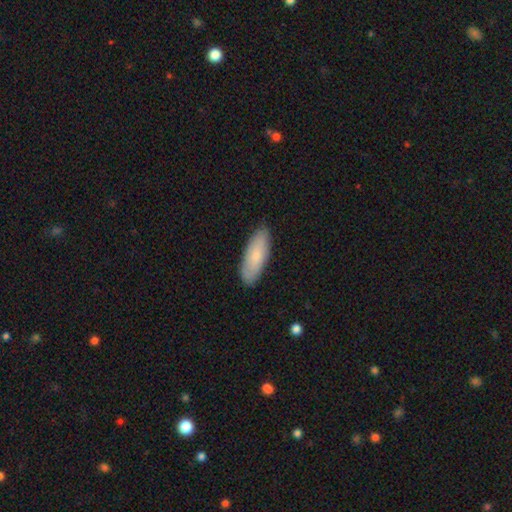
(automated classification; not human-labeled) Smooth or featured?
  - smooth: 78% *
  - featured or disk: 17%
  - star or artifact: 6%
How rounded?
  - in between: 68% *
  - cigar-shaped: 30%
  - round: 2%
Merging?
  - none: 87% *
  - minor disturbance: 10%
  - major disturbance: 2%
  - merger: 1%